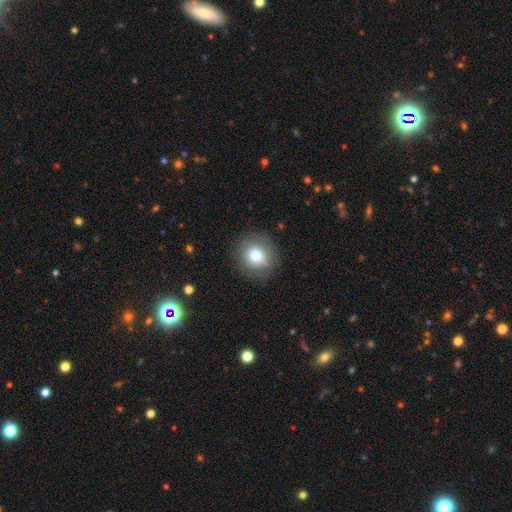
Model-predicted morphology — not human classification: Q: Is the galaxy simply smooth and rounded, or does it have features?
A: smooth — 77%.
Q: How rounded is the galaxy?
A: round — 88%.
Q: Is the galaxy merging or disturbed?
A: none — 86%.